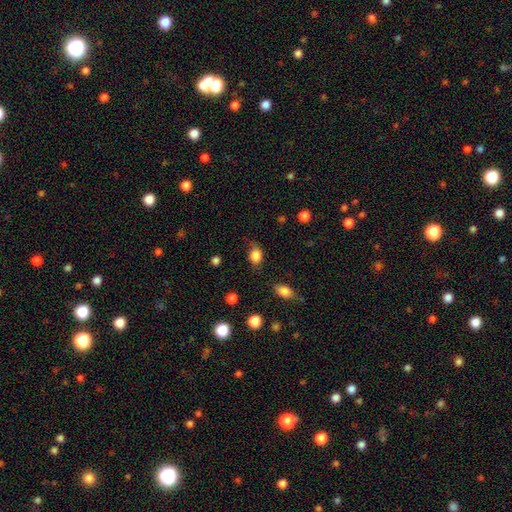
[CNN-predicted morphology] A smooth galaxy with no disk features (83%) that is in between round and cigar-shaped (62%).

Vote fractions:
- Smooth or featured? smooth: 83% / star or artifact: 9% / featured or disk: 8%
- How rounded? in between: 62% / round: 36% / cigar-shaped: 2%
- Merging? none: 63% / minor disturbance: 27% / major disturbance: 8% / merger: 2%